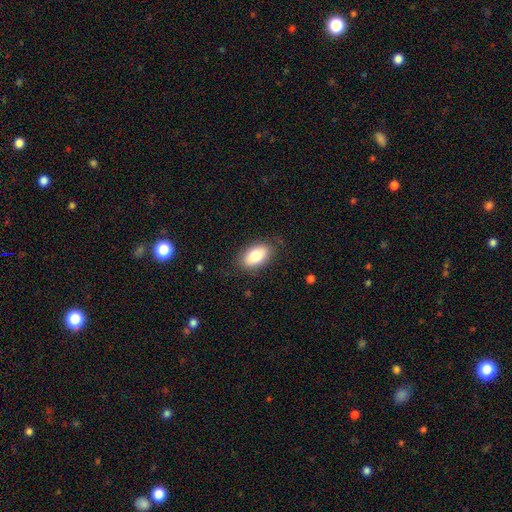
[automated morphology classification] Overall: smooth (81%). How rounded: in between (92%). Merging: none (81%).